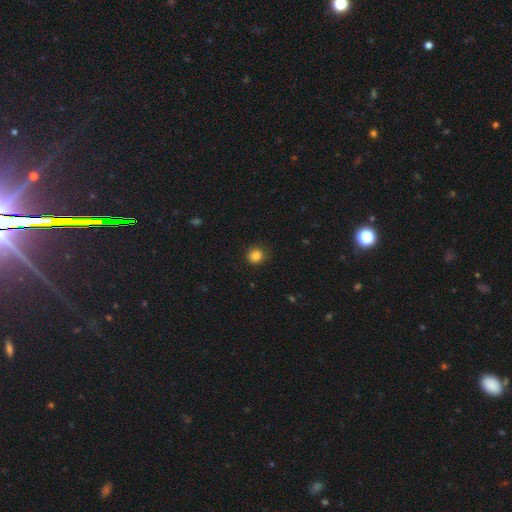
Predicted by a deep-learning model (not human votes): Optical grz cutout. It shows a smooth galaxy with no disk features (85%) that is round (88%). Merging: none (85%).